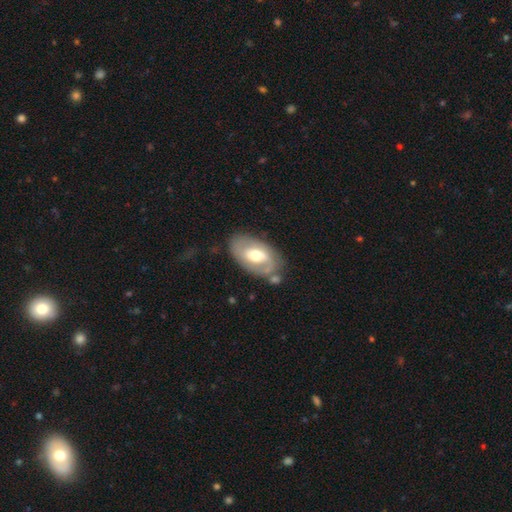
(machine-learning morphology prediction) Smooth or featured? featured or disk (63%)
Edge-on disk? no (93%)
Bar? weak (41%)
Spiral arms? yes (65%)
Bulge size? moderate (71%)
Merging? none (66%)